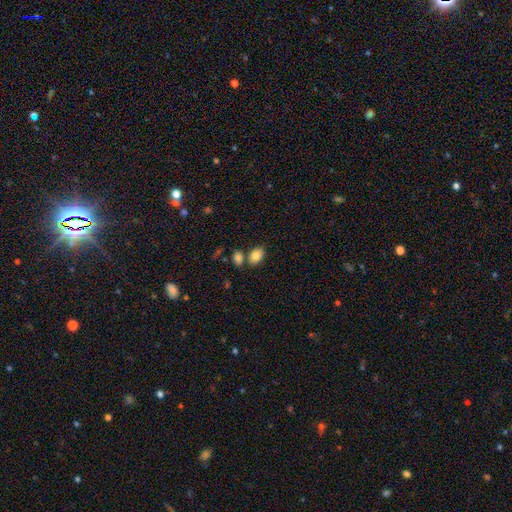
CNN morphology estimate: smooth 86%, star or artifact 8%, featured or disk 6%. Down the decision tree: how rounded — in between (84%); merging — none (64%).